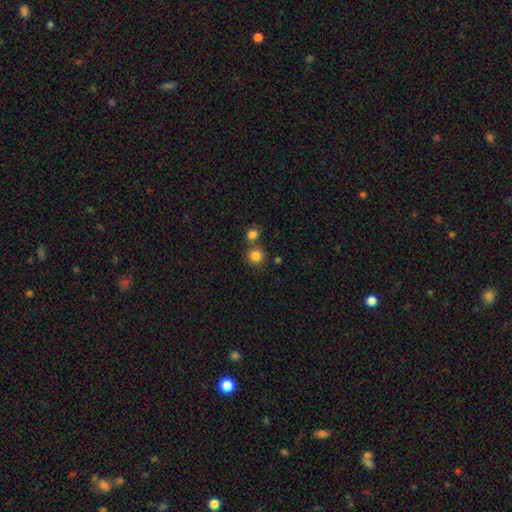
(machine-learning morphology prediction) smooth_or_featured: smooth (p=0.83) [alt: star or artifact p=0.12]
how_rounded: round (p=0.90) [alt: in between p=0.09]
merging: none (p=0.65) [alt: merger p=0.24]